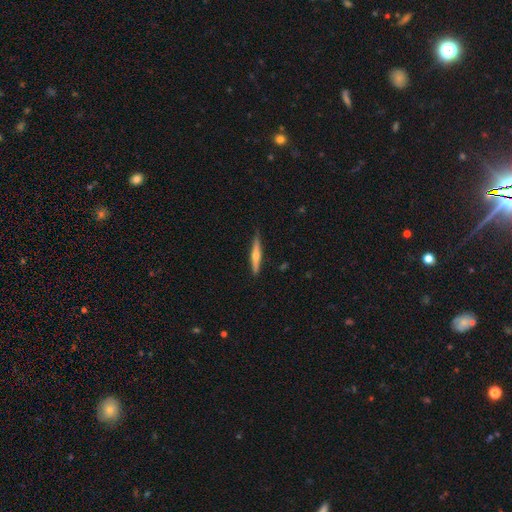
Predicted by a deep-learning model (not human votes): Smooth or featured: featured or disk — 56% (smooth — 38%)
Edge-on disk: yes — 96% (no — 4%)
Edge-on bulge: rounded — 85% (none — 10%)
Merging: none — 86% (minor disturbance — 11%)